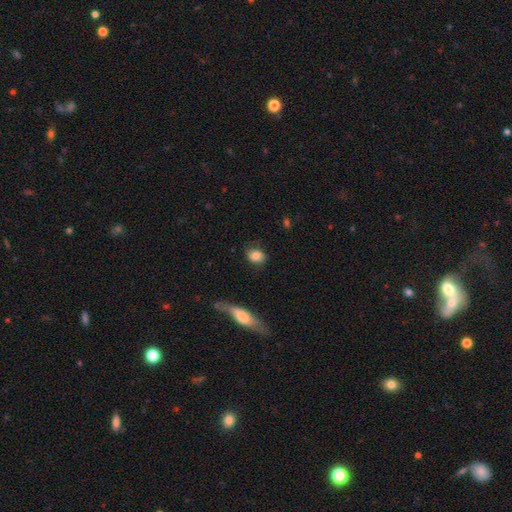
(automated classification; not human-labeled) Smooth or featured: smooth — 83% (featured or disk — 10%)
How rounded: in between — 52% (round — 46%)
Merging: none — 71% (minor disturbance — 20%)